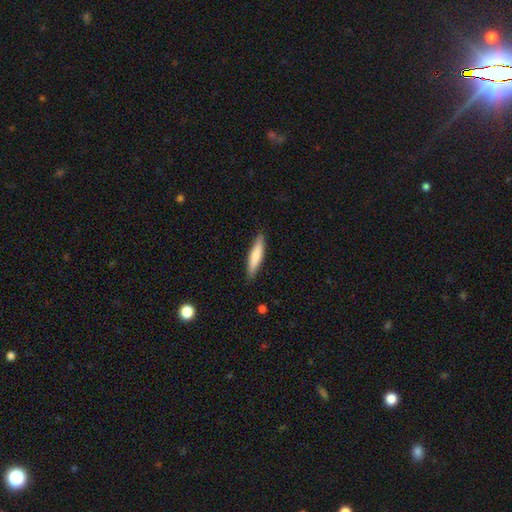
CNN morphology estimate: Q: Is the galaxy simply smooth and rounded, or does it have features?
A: smooth — 73%.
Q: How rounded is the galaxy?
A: cigar-shaped — 84%.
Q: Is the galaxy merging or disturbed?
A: none — 89%.